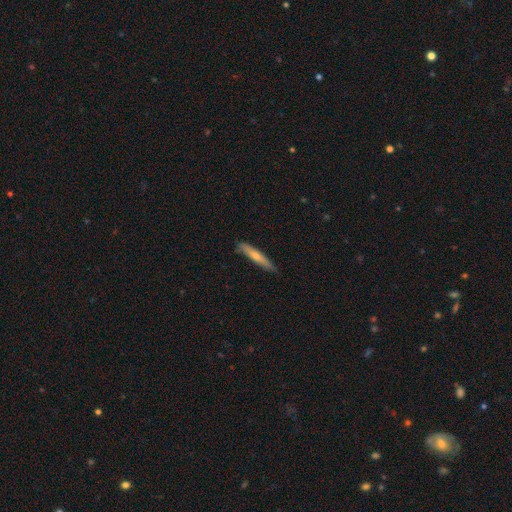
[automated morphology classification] Smooth or featured: smooth — 62% (featured or disk — 33%)
How rounded: cigar-shaped — 92% (in between — 6%)
Merging: none — 84% (minor disturbance — 13%)